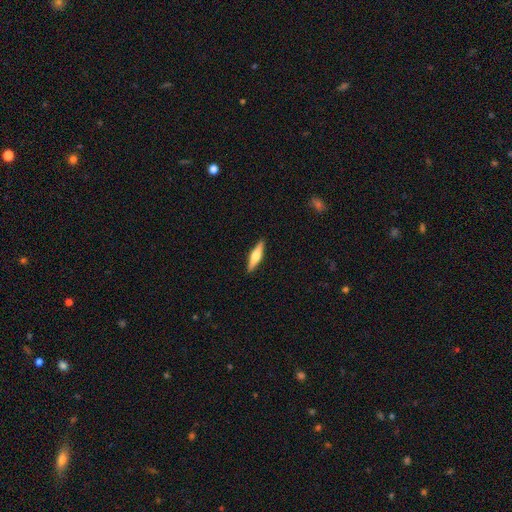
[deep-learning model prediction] Q: Smooth or featured?
A: featured or disk (52%); runner-up: smooth (43%)
Q: Edge-on disk?
A: yes (96%); runner-up: no (4%)
Q: Merging?
A: none (91%); runner-up: minor disturbance (7%)